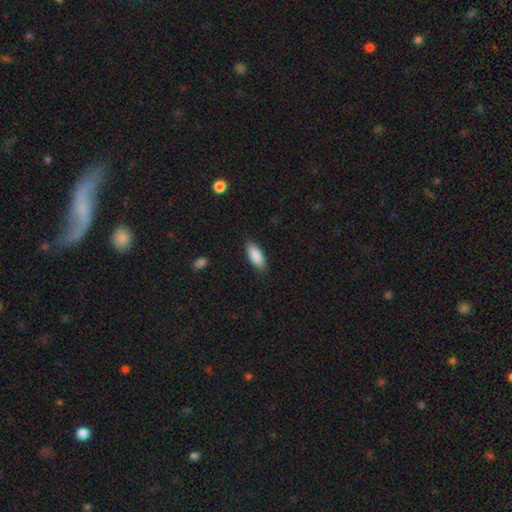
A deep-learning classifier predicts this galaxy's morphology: type=smooth (89%); roundness=in between (78%); merging=none (86%).